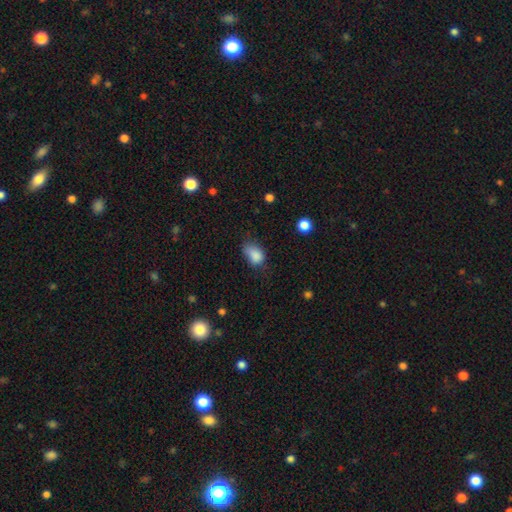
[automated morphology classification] Overall: smooth (83%). How rounded: in between (80%). Merging: none (40%, tied with minor disturbance).